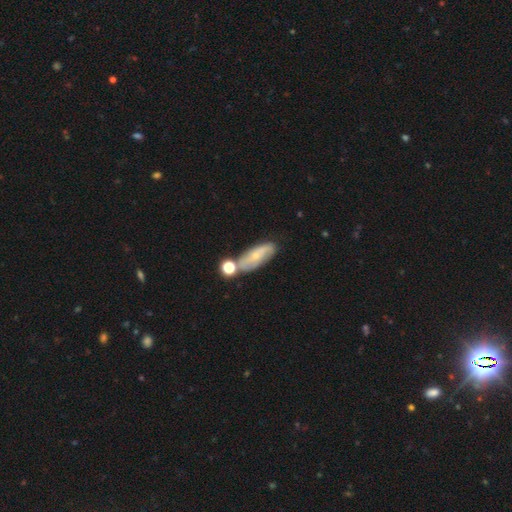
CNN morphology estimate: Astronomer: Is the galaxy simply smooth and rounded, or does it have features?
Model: featured or disk — 48% (runner-up: smooth, 43%).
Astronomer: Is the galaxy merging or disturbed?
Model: none — 57%.